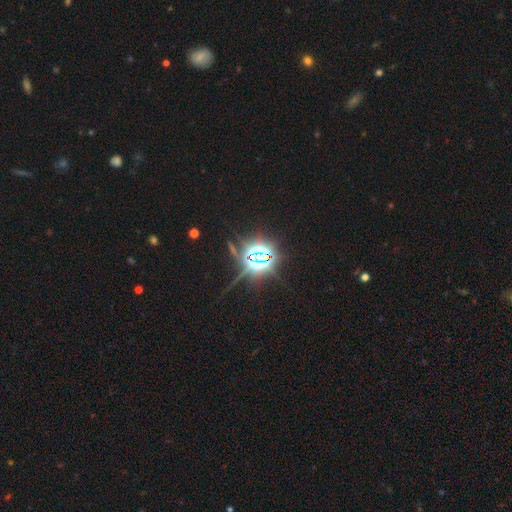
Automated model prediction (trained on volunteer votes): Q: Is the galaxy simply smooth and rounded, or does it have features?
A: star or artifact — 85%.